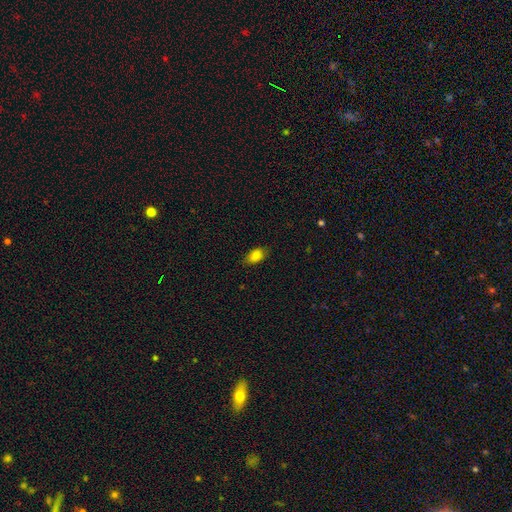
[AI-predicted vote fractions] The model was most divided on "merging": none: 81%, minor disturbance: 16%, major disturbance: 3%, merger: 1%. More confident: how rounded — in between (90%); smooth or featured — smooth (84%).